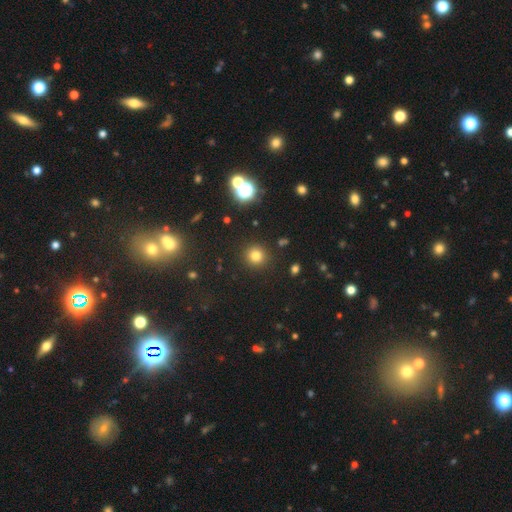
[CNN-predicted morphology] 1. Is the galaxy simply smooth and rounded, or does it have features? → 77% smooth, 17% star or artifact, 6% featured or disk.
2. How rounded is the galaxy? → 93% round, 6% in between, 1% cigar-shaped.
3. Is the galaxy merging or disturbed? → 90% none, 6% minor disturbance, 3% major disturbance, 2% merger.